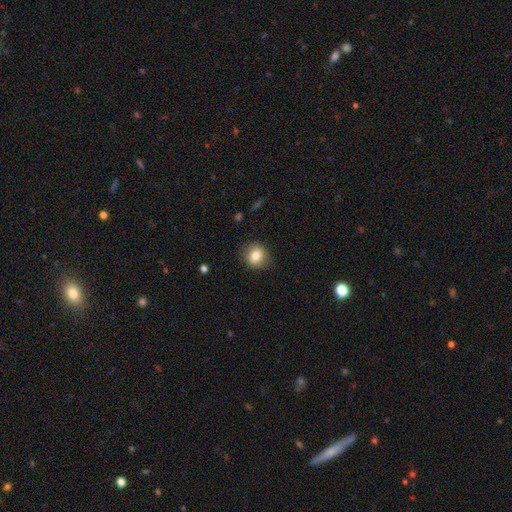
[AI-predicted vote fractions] smooth-or-featured: smooth: 80% | featured or disk: 10% | star or artifact: 9%
  how-rounded: round: 79% | in between: 20% | cigar-shaped: 1%
  merging: none: 86% | minor disturbance: 10% | major disturbance: 3% | merger: 1%